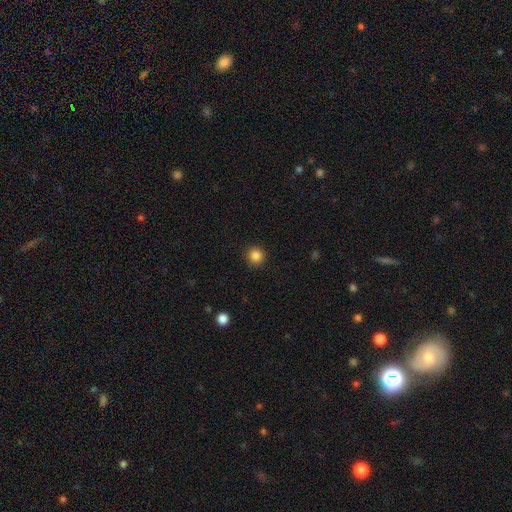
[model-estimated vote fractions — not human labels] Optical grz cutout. It shows a smooth galaxy with no disk features (85%) that is round (94%). Merging: none (92%).